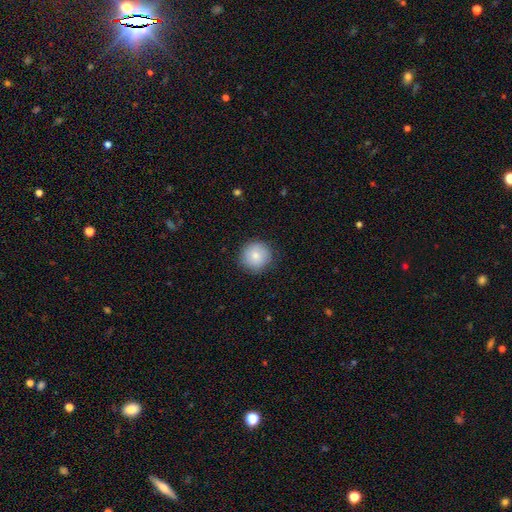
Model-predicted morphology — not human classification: A smooth galaxy with no disk features (82%) that is round (94%).

Vote fractions:
- Smooth or featured? smooth: 82% / featured or disk: 10% / star or artifact: 8%
- How rounded? round: 94% / in between: 5% / cigar-shaped: 1%
- Merging? none: 87% / minor disturbance: 10% / major disturbance: 2% / merger: 1%